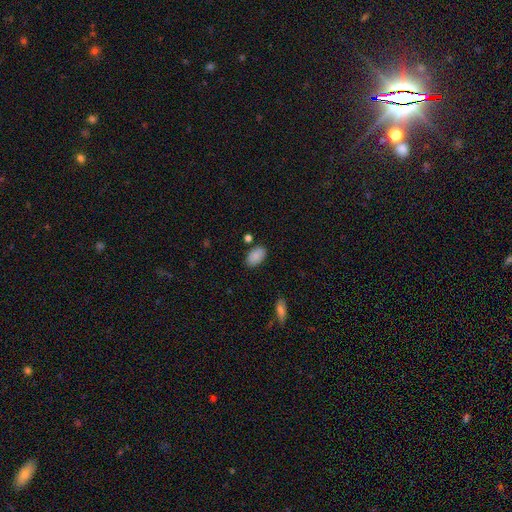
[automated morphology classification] Overall: smooth (88%). How rounded: in between (93%). Merging: none (81%).